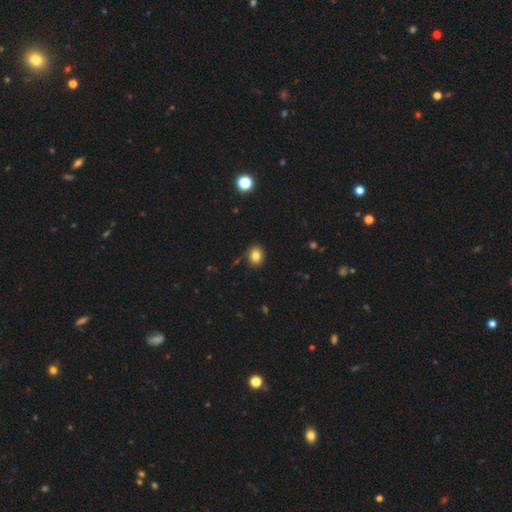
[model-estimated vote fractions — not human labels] Smooth or featured? Predicted: smooth (p=0.83). How rounded? Predicted: round (p=0.53). Merging? Predicted: none (p=0.86).